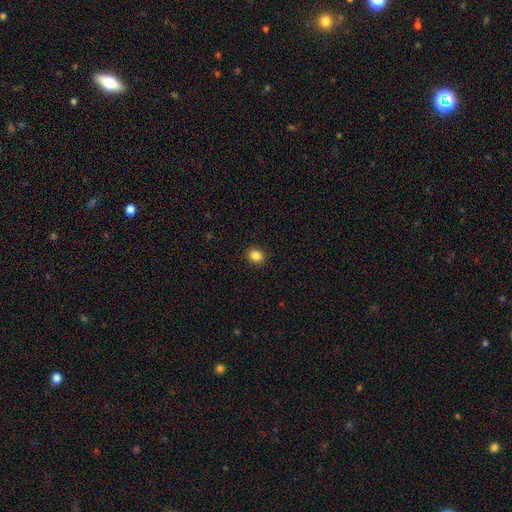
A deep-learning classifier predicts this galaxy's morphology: This is clearly a smooth galaxy (86%). How rounded: likely round (70%). Merging: clearly none (92%).